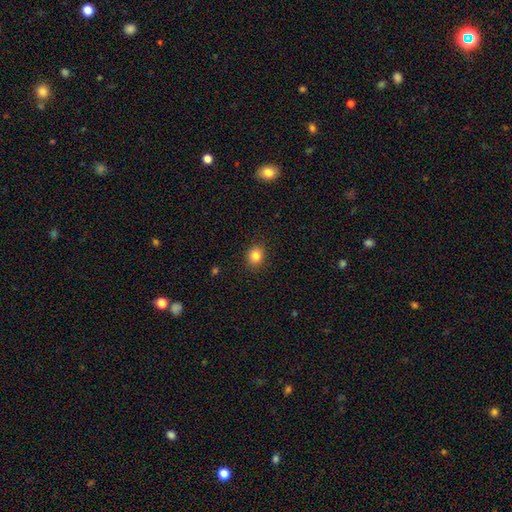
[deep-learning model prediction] Q: Smooth or featured?
A: smooth (83%); runner-up: star or artifact (11%)
Q: How rounded?
A: round (66%); runner-up: in between (33%)
Q: Merging?
A: none (90%); runner-up: minor disturbance (7%)